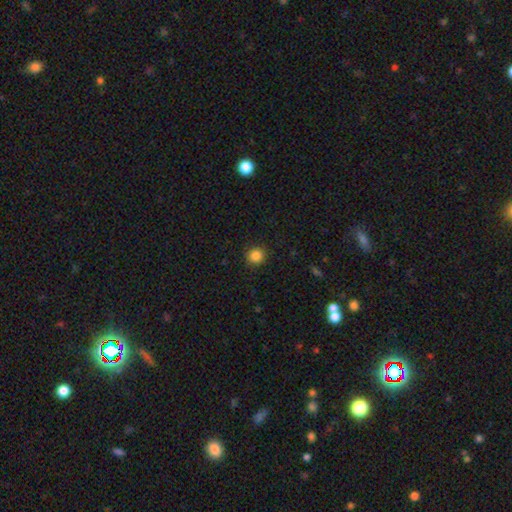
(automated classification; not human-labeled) Overall: smooth (85%). How rounded: round (92%). Merging: none (91%).